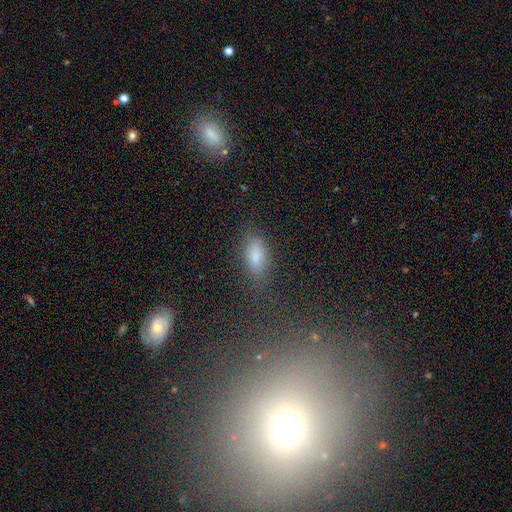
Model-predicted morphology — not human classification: Smooth or featured? smooth (80%)
How rounded? in between (80%)
Merging? none (72%)